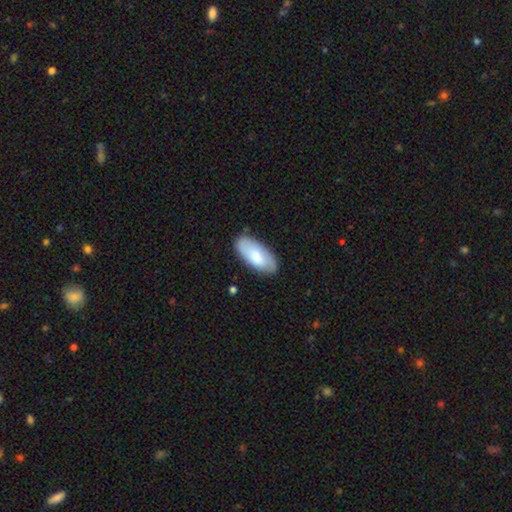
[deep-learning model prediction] Smooth or featured?
  - smooth: 75% *
  - featured or disk: 19%
  - star or artifact: 5%
How rounded?
  - in between: 91% *
  - cigar-shaped: 7%
  - round: 2%
Merging?
  - none: 82% *
  - minor disturbance: 14%
  - major disturbance: 3%
  - merger: 1%